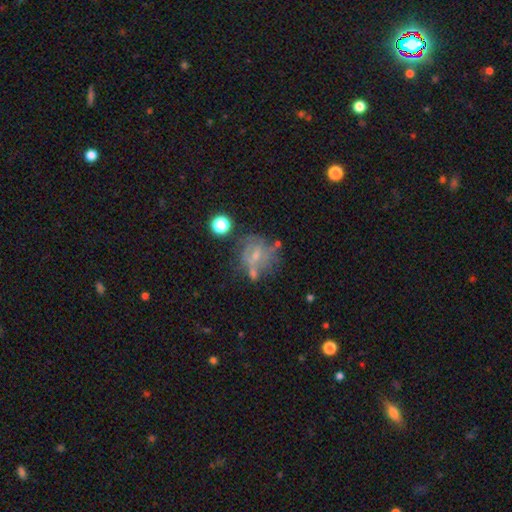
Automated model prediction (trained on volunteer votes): Q: Smooth or featured?
A: featured or disk (52%); runner-up: smooth (32%)
Q: Edge-on disk?
A: no (96%); runner-up: yes (4%)
Q: Bar?
A: no (50%); runner-up: weak (39%)
Q: Spiral arms?
A: no (51%); runner-up: yes (49%)
Q: Bulge size?
A: small (61%); runner-up: moderate (28%)
Q: Merging?
A: none (43%); runner-up: minor disturbance (21%)